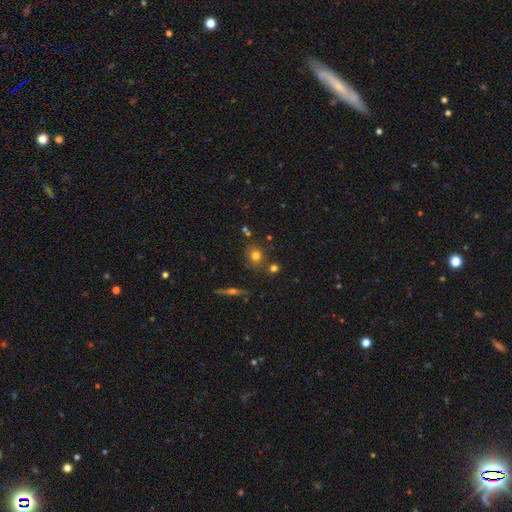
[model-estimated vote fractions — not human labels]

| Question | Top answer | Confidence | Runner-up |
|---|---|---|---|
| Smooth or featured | smooth | 71% | star or artifact (15%) |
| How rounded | round | 79% | in between (20%) |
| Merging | none | 75% | minor disturbance (11%) |